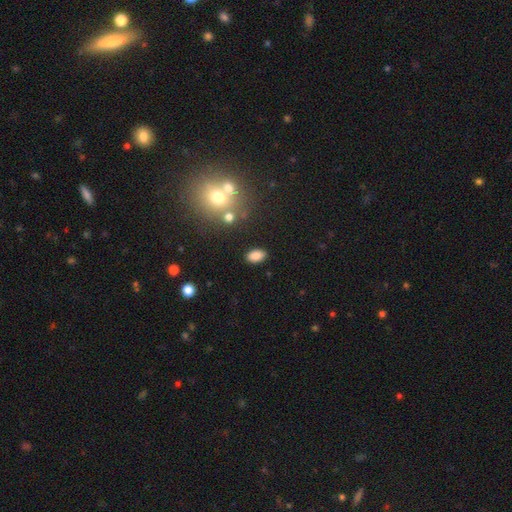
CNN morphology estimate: Overall: smooth (84%). How rounded: in between (91%). Merging: none (86%).